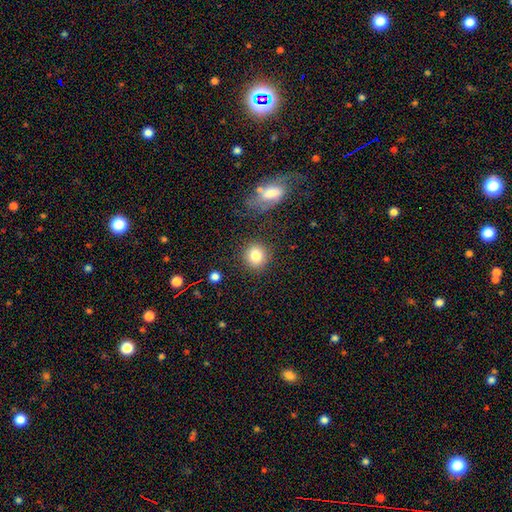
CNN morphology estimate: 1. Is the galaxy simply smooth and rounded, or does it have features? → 84% smooth, 10% star or artifact, 7% featured or disk.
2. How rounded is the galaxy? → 84% round, 14% in between, 1% cigar-shaped.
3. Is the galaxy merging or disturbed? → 85% none, 9% minor disturbance, 3% major disturbance, 3% merger.